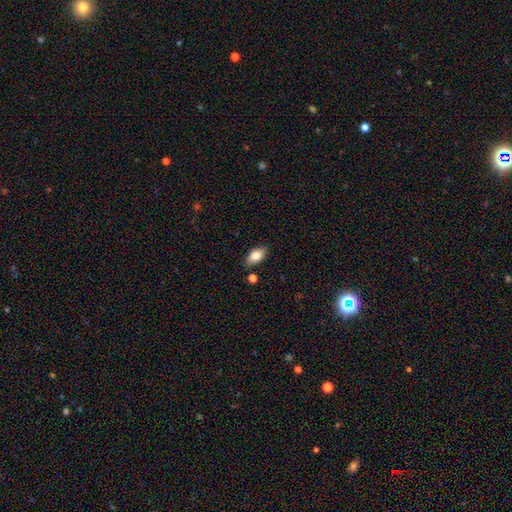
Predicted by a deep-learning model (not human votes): Smooth or featured? Predicted: smooth (p=0.81). How rounded? Predicted: in between (p=0.92). Merging? Predicted: none (p=0.84).